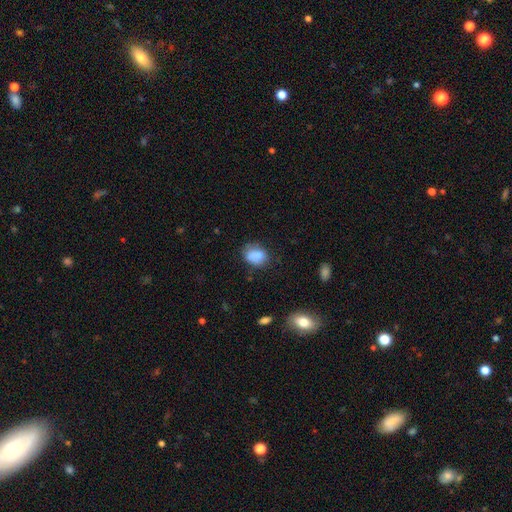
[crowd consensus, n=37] This appears to be a smooth galaxy with no disk features (81%) that is in between round and cigar-shaped (67%). Merging: none (66%).